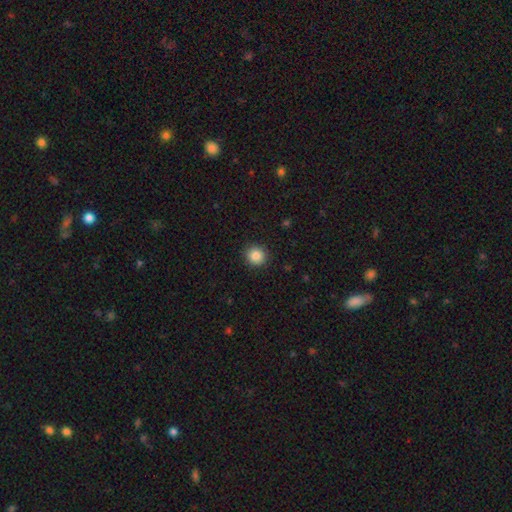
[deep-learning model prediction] Morphology: type=smooth (87%); roundness=round (90%); merging=none (91%).